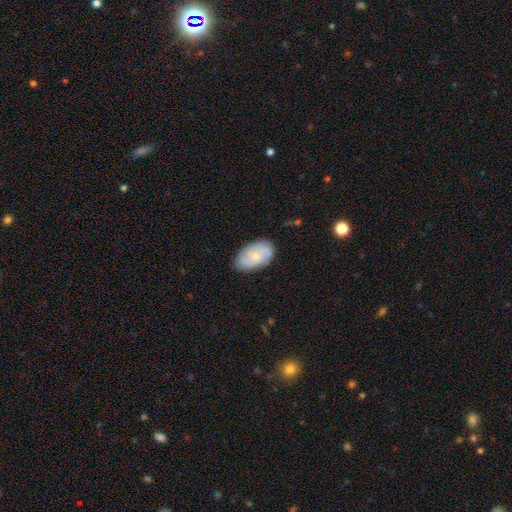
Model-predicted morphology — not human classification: Smooth or featured? smooth (48%)
Merging? none (79%)